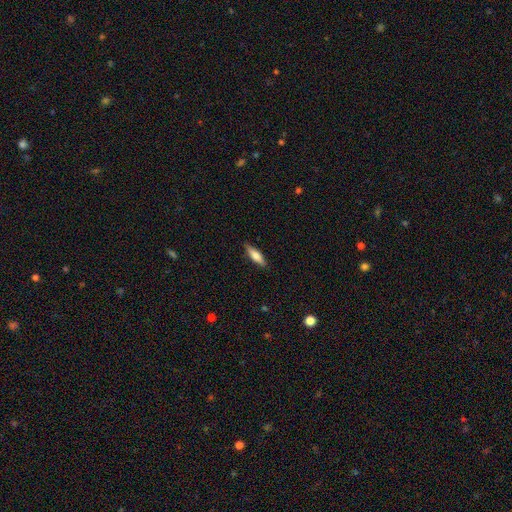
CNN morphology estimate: Smooth or featured: smooth — 65% (featured or disk — 29%)
How rounded: cigar-shaped — 63% (in between — 35%)
Merging: none — 87% (minor disturbance — 10%)